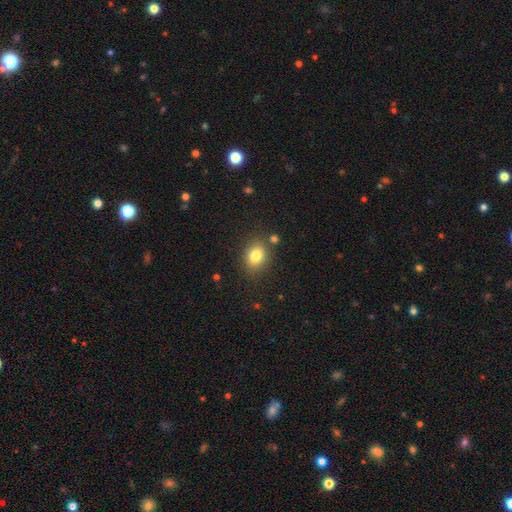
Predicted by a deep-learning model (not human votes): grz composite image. It shows a smooth galaxy with no disk features (81%) that is in between round and cigar-shaped (56%). Merging: none (81%).